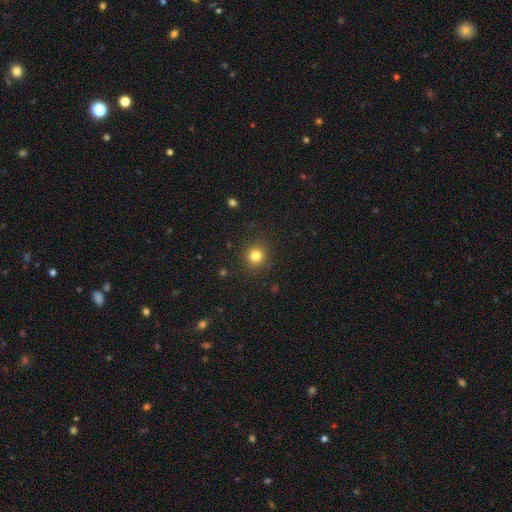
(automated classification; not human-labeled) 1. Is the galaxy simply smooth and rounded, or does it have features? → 82% smooth, 13% star or artifact, 5% featured or disk.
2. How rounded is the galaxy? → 89% round, 10% in between, 1% cigar-shaped.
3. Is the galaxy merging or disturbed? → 89% none, 7% minor disturbance, 3% major disturbance, 1% merger.